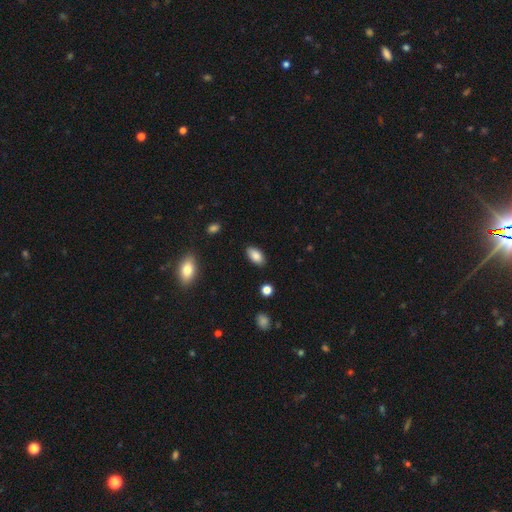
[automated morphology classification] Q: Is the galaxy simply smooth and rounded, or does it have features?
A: smooth — 87%.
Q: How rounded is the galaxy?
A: in between — 93%.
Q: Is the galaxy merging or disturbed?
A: none — 87%.